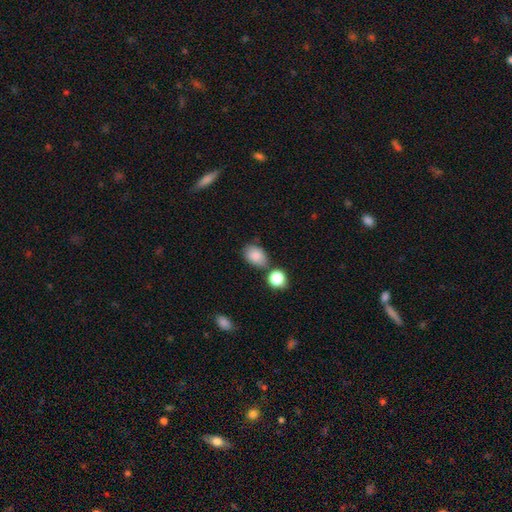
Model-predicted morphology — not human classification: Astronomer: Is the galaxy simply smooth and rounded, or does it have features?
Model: smooth — 85%.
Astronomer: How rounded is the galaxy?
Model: in between — 78%.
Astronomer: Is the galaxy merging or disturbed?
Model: none — 63%.